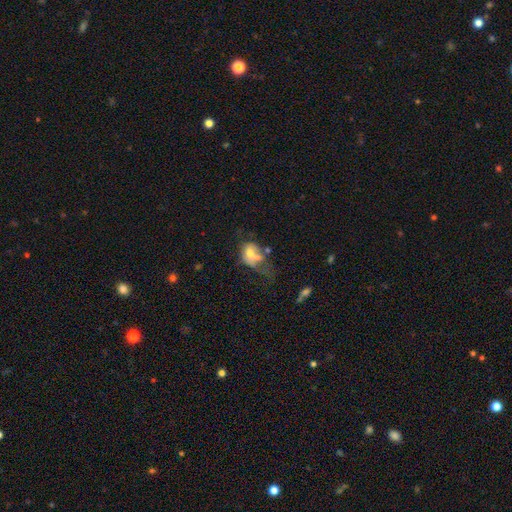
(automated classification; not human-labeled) smooth 45%, featured or disk 38%, star or artifact 17%. Down the decision tree: merging — major disturbance (35%).